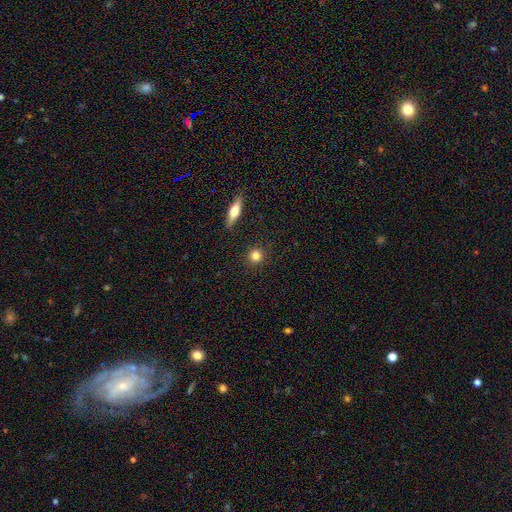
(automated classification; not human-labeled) A smooth galaxy with no disk features (81%) that is round (92%).

Vote fractions:
- Smooth or featured? smooth: 81% / star or artifact: 10% / featured or disk: 9%
- How rounded? round: 92% / in between: 7% / cigar-shaped: 2%
- Merging? none: 91% / minor disturbance: 6% / major disturbance: 2% / merger: 2%